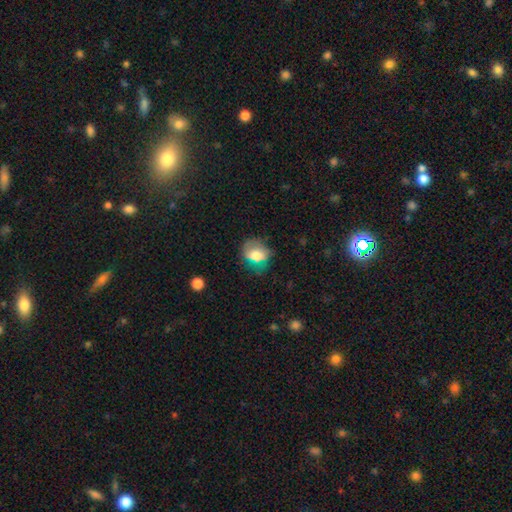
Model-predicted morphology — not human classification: Smooth or featured? smooth (69%)
How rounded? round (52%)
Merging? none (48%)